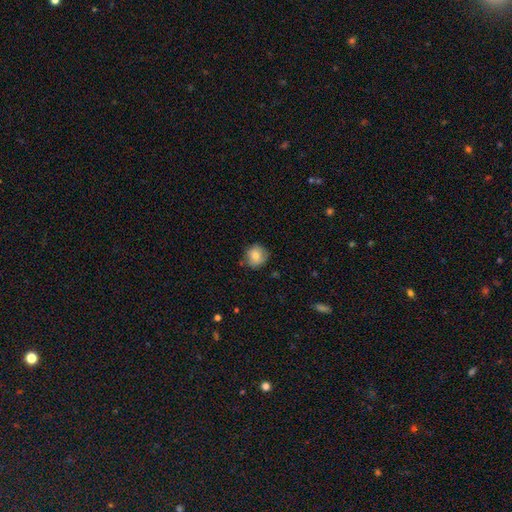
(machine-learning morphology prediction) A smooth galaxy with no disk features (74%) that is round (88%).

Vote fractions:
- Smooth or featured? smooth: 74% / featured or disk: 18% / star or artifact: 8%
- How rounded? round: 88% / in between: 11% / cigar-shaped: 1%
- Merging? none: 76% / minor disturbance: 19% / major disturbance: 3% / merger: 2%